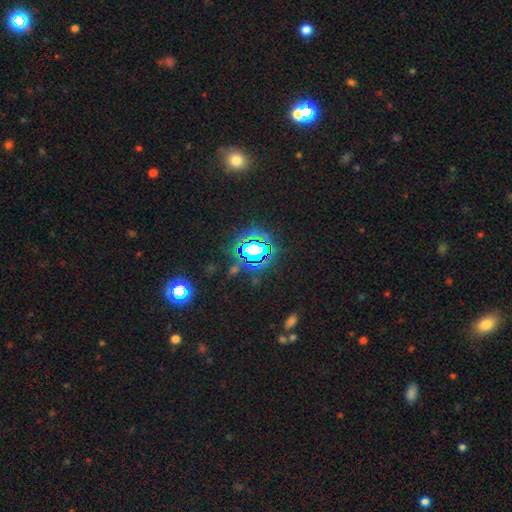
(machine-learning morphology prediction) Smooth or featured? Predicted: star or artifact (p=0.75).